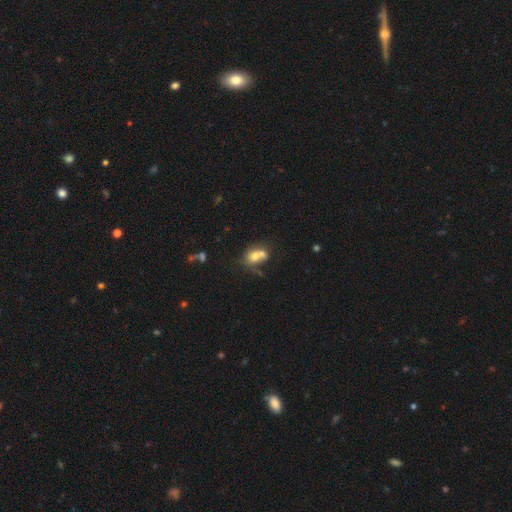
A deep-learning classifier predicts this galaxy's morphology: Smooth or featured?
  - smooth: 66% *
  - featured or disk: 23%
  - star or artifact: 11%
How rounded?
  - in between: 55% *
  - round: 44%
  - cigar-shaped: 2%
Merging?
  - merger: 57% *
  - none: 26%
  - minor disturbance: 10%
  - major disturbance: 7%